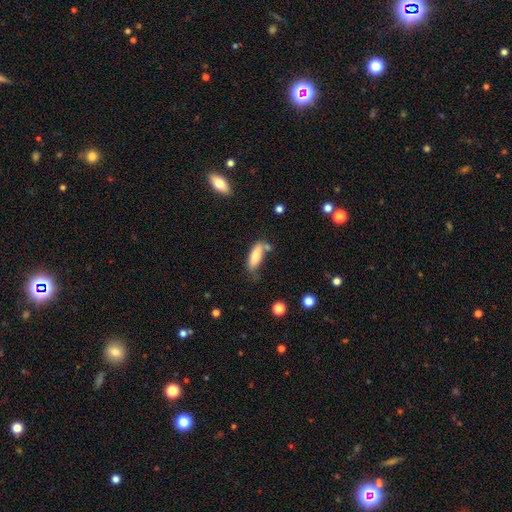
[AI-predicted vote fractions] Q: Smooth or featured?
A: smooth (76%); runner-up: featured or disk (17%)
Q: How rounded?
A: in between (57%); runner-up: cigar-shaped (41%)
Q: Merging?
A: none (55%); runner-up: minor disturbance (24%)